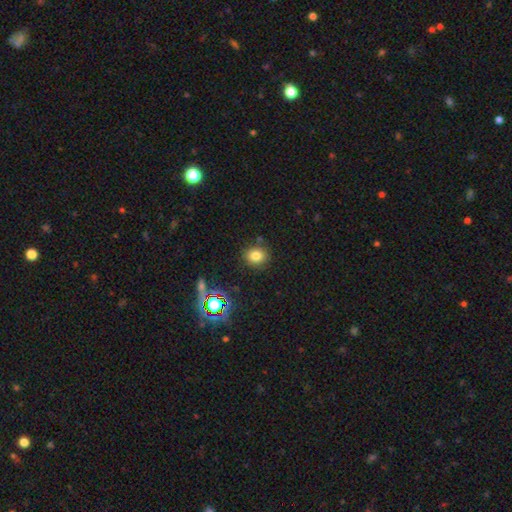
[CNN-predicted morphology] This is likely a smooth galaxy (77%). How rounded: likely round (74%). Merging: clearly none (84%).